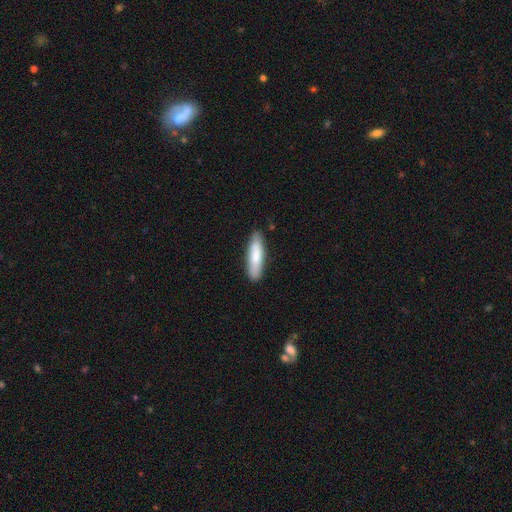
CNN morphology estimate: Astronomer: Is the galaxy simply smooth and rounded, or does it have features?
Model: smooth — 79%.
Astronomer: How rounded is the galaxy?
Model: cigar-shaped — 73%.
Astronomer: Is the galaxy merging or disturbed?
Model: none — 86%.